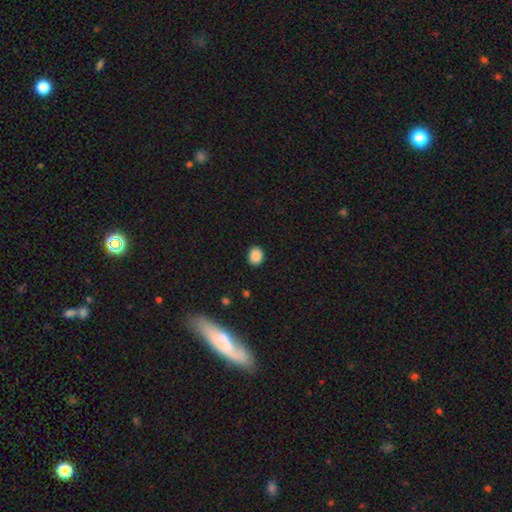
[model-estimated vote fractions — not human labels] Smooth or featured? smooth (87%)
How rounded? round (59%)
Merging? none (90%)